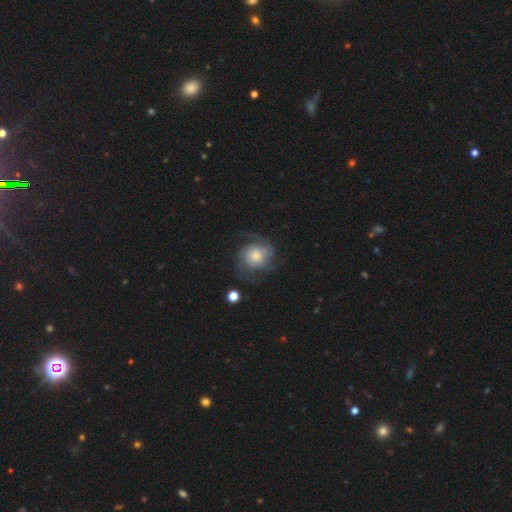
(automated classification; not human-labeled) Q: Smooth or featured?
A: featured or disk (67%); runner-up: smooth (26%)
Q: Edge-on disk?
A: no (98%); runner-up: yes (2%)
Q: Bar?
A: no (79%); runner-up: weak (18%)
Q: Spiral arms?
A: yes (91%); runner-up: no (9%)
Q: Spiral winding?
A: medium (42%); runner-up: tight (35%)
Q: Spiral arm count?
A: 2 (40%); runner-up: can't tell (23%)
Q: Bulge size?
A: moderate (41%); runner-up: small (26%)
Q: Merging?
A: none (62%); runner-up: minor disturbance (19%)